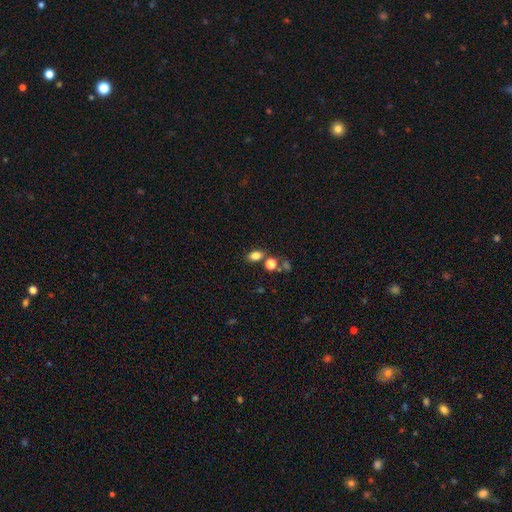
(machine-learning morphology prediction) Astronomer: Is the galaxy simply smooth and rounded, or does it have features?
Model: smooth — 81%.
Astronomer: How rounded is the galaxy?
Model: in between — 78%.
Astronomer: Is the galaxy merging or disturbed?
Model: none — 71%.